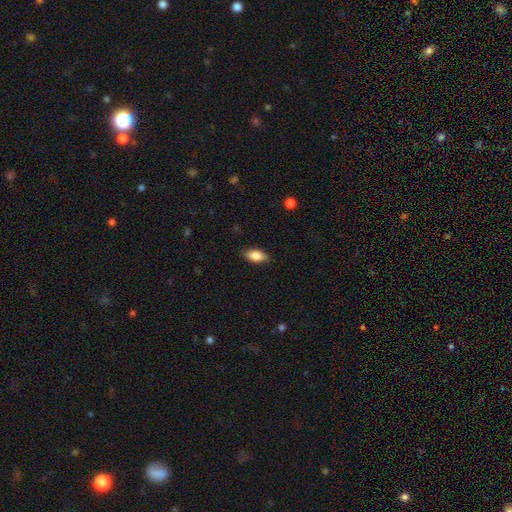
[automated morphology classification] Overall: smooth (83%). How rounded: in between (87%). Merging: none (85%).